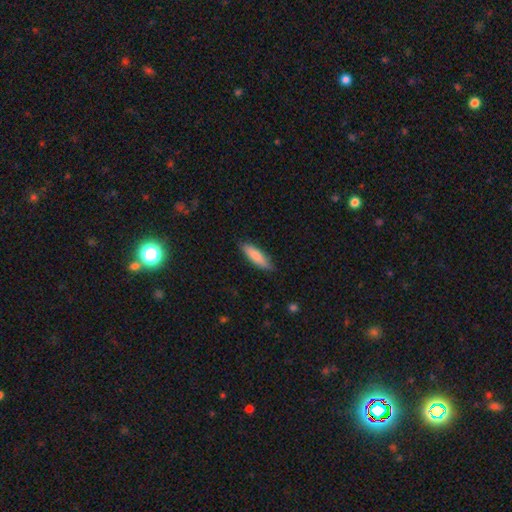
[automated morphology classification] Smooth or featured?
  - smooth: 84% *
  - featured or disk: 10%
  - star or artifact: 5%
How rounded?
  - cigar-shaped: 59% *
  - in between: 40%
  - round: 1%
Merging?
  - none: 83% *
  - minor disturbance: 14%
  - major disturbance: 2%
  - merger: 1%